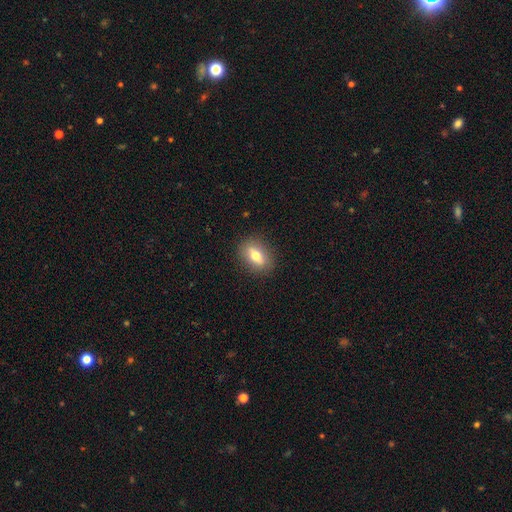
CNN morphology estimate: Overall: smooth (64%; featured or disk 28%). How rounded: in between (73%). Merging: none (87%).